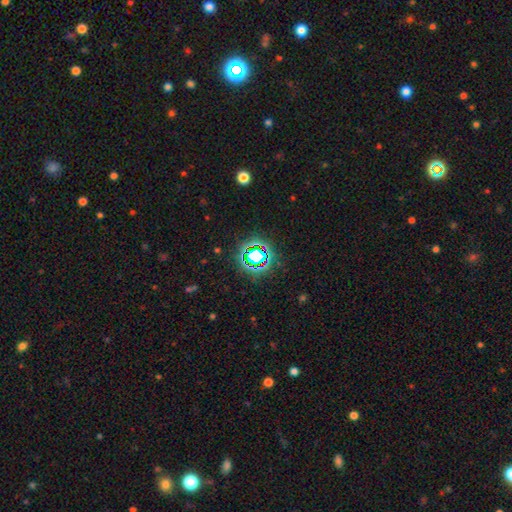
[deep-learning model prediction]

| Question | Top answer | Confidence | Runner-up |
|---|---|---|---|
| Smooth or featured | star or artifact | 70% | smooth (19%) |